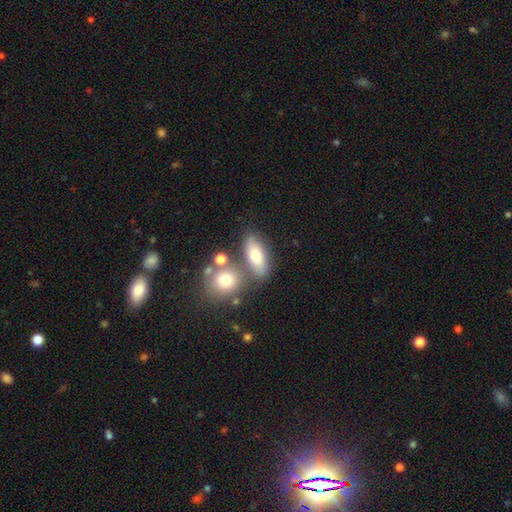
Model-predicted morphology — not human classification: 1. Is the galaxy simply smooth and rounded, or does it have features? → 73% smooth, 18% featured or disk, 9% star or artifact.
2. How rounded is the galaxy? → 73% in between, 17% cigar-shaped, 10% round.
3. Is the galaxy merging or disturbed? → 65% none, 18% merger, 13% minor disturbance, 5% major disturbance.